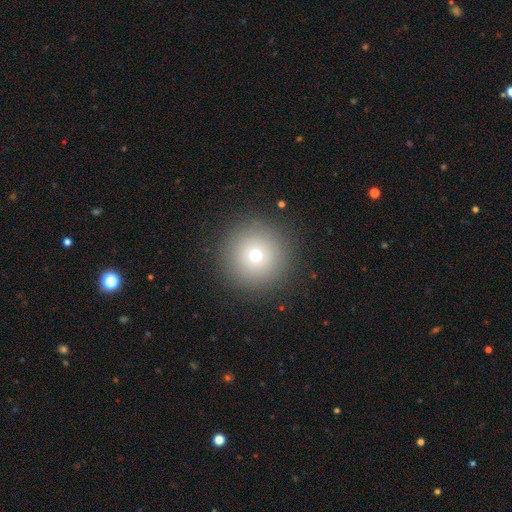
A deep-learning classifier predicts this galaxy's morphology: smooth_or_featured: smooth (p=0.69) [alt: star or artifact p=0.17]
how_rounded: round (p=0.97) [alt: in between p=0.02]
merging: none (p=0.90) [alt: minor disturbance p=0.05]